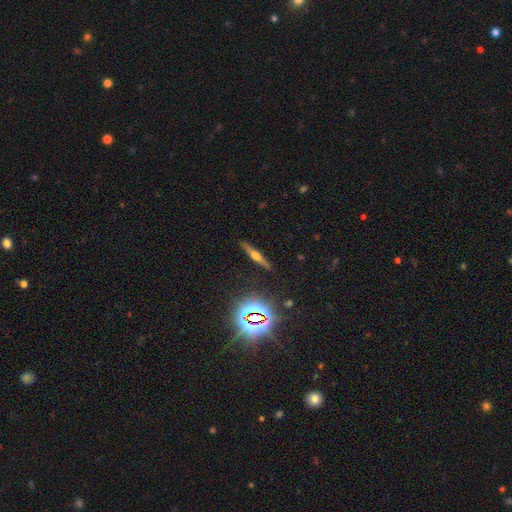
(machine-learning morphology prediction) type=featured or disk (59%); edge-on=yes (96%); edge-on bulge=rounded (86%); merging=none (88%).